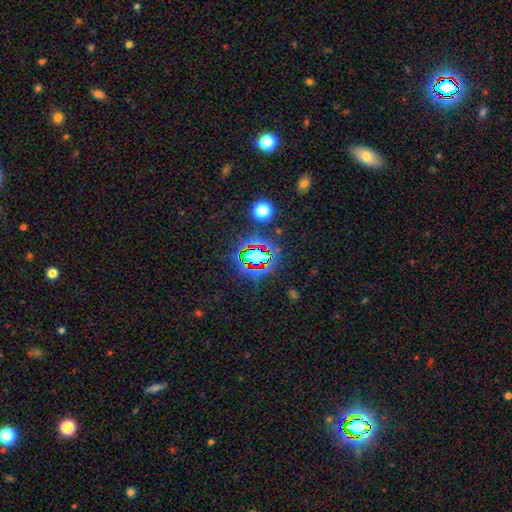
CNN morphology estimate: smooth-or-featured: star or artifact: 66% | smooth: 23% | featured or disk: 11%